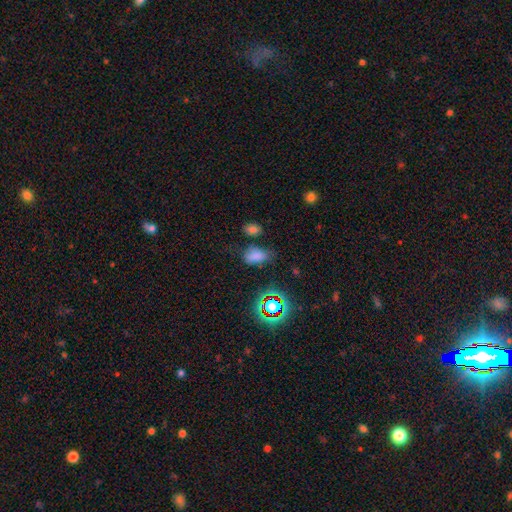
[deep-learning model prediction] Smooth or featured: smooth — 74% (star or artifact — 20%)
How rounded: in between — 90% (round — 8%)
Merging: none — 62% (minor disturbance — 22%)